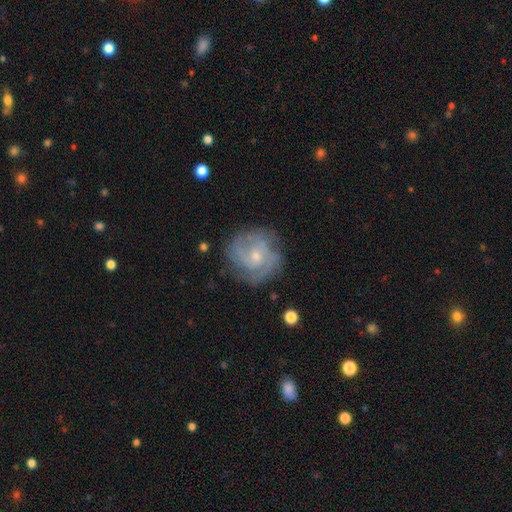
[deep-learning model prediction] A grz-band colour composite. It shows a featured or disk galaxy (78%) with no bar (61%), 2 (37%) tight (49%) spiral arms (91%) and a small central bulge (60%). Merging: none (72%).